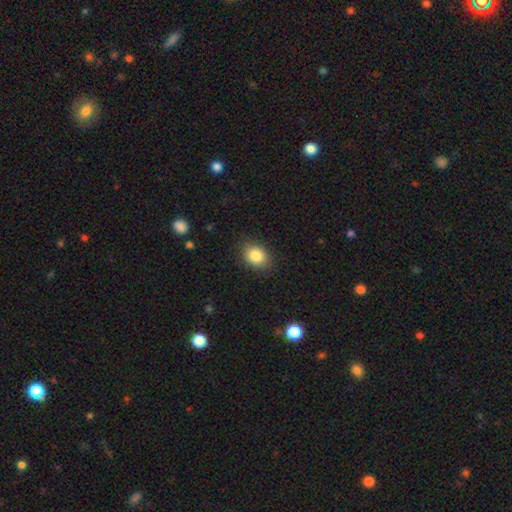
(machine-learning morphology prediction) type=smooth (85%); roundness=in between (60%); merging=none (86%).